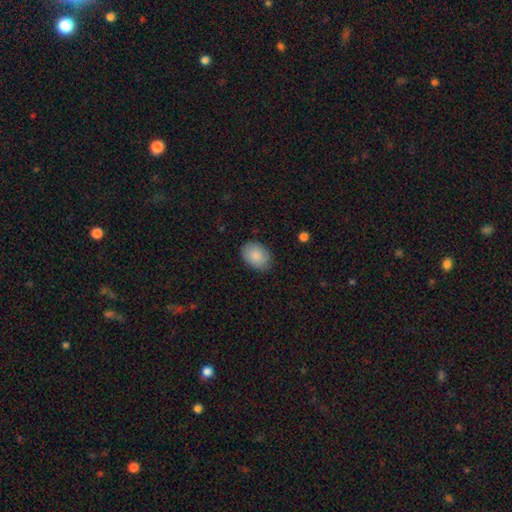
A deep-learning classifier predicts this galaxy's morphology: Smooth or featured: smooth — 86% (featured or disk — 7%)
How rounded: in between — 78% (round — 21%)
Merging: none — 84% (minor disturbance — 13%)